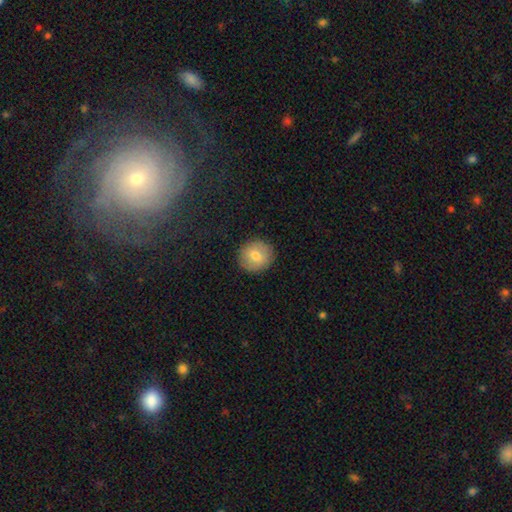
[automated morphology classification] Smooth or featured?
  - smooth: 74% *
  - featured or disk: 18%
  - star or artifact: 8%
How rounded?
  - round: 92% *
  - in between: 7%
  - cigar-shaped: 1%
Merging?
  - none: 90% *
  - minor disturbance: 7%
  - major disturbance: 2%
  - merger: 1%